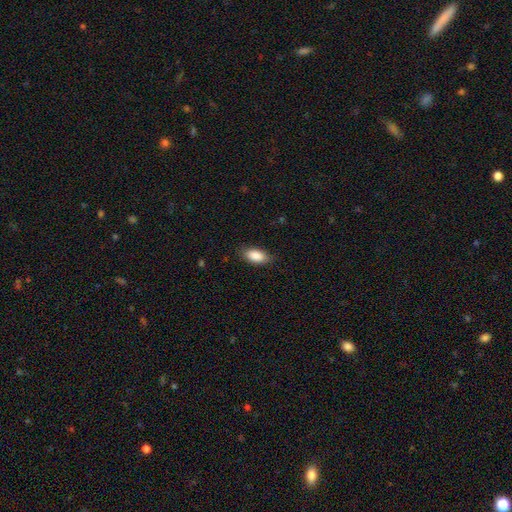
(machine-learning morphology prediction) Smooth or featured?
  - smooth: 88% *
  - star or artifact: 7%
  - featured or disk: 5%
How rounded?
  - in between: 91% *
  - cigar-shaped: 6%
  - round: 3%
Merging?
  - none: 83% *
  - minor disturbance: 13%
  - major disturbance: 3%
  - merger: 1%